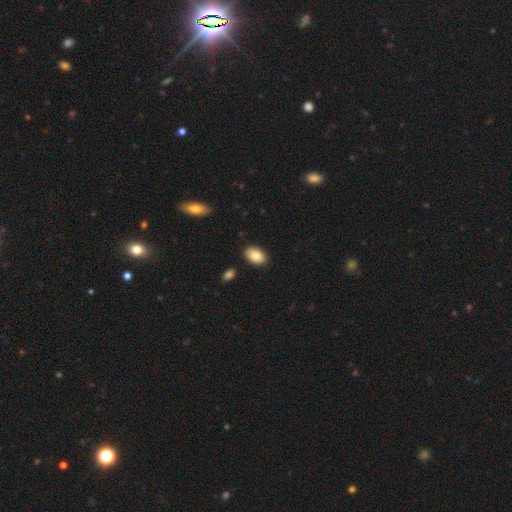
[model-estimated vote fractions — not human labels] smooth_or_featured: smooth (p=0.87) [alt: star or artifact p=0.07]
how_rounded: in between (p=0.89) [alt: round p=0.09]
merging: none (p=0.86) [alt: minor disturbance p=0.10]